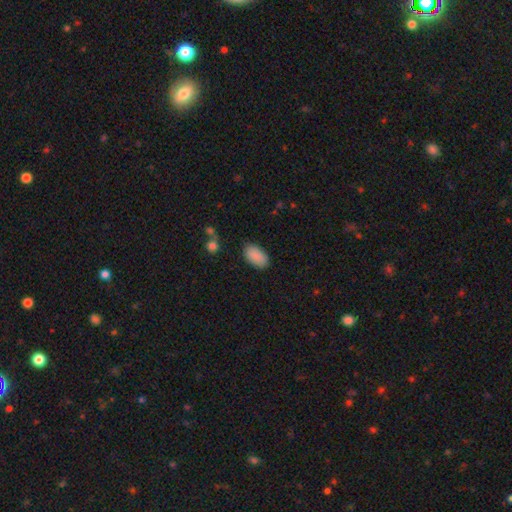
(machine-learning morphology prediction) Smooth or featured?
  - smooth: 89% *
  - star or artifact: 7%
  - featured or disk: 4%
How rounded?
  - in between: 94% *
  - round: 4%
  - cigar-shaped: 2%
Merging?
  - none: 85% *
  - minor disturbance: 11%
  - major disturbance: 3%
  - merger: 1%